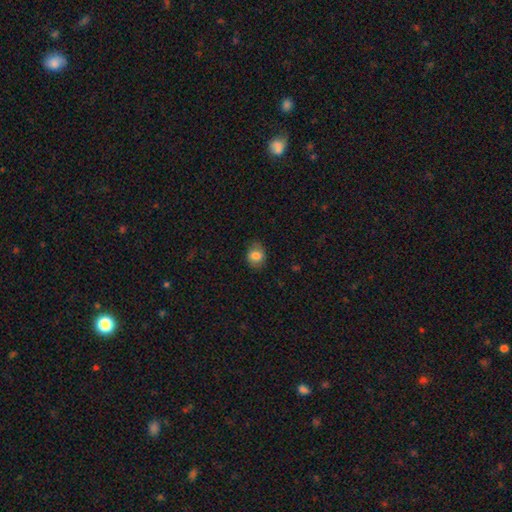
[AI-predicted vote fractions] This appears to be a smooth galaxy with no disk features (79%) that is round (54%). Merging: none (79%).